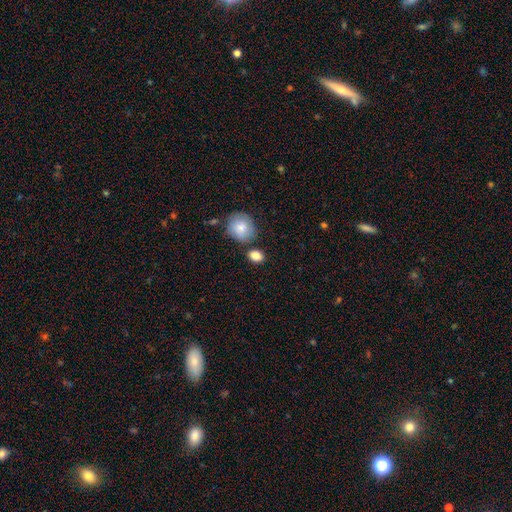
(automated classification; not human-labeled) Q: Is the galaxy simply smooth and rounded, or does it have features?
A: smooth — 85%.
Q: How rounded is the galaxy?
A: in between — 58%.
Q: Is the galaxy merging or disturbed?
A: none — 74%.